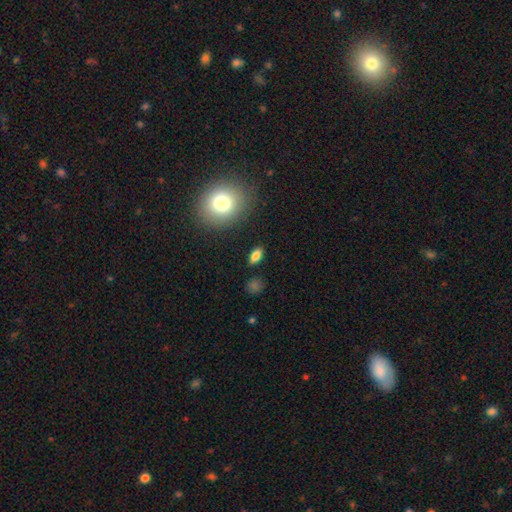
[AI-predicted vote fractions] A smooth galaxy with no disk features (81%) that is in between round and cigar-shaped (84%).

Vote fractions:
- Smooth or featured? smooth: 81% / star or artifact: 10% / featured or disk: 9%
- How rounded? in between: 84% / round: 8% / cigar-shaped: 7%
- Merging? none: 86% / minor disturbance: 9% / major disturbance: 3% / merger: 2%